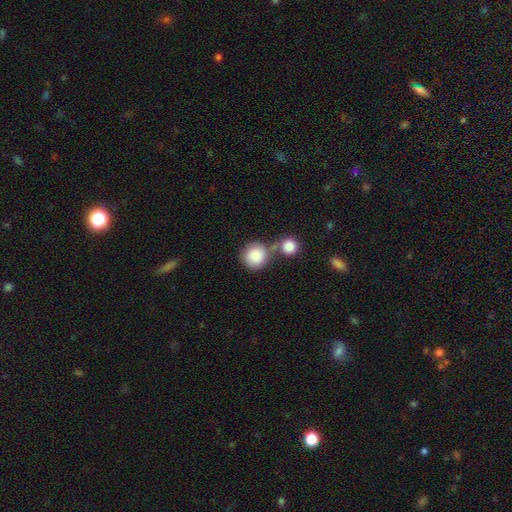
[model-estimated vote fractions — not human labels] This is clearly a smooth galaxy (85%). How rounded: clearly round (91%). Merging: possibly none (54%).